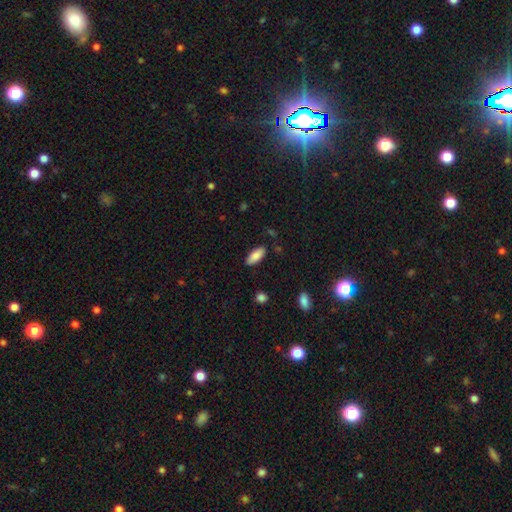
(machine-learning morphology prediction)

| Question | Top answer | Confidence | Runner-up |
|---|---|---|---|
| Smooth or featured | smooth | 86% | featured or disk (8%) |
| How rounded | in between | 82% | cigar-shaped (16%) |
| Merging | none | 86% | minor disturbance (10%) |